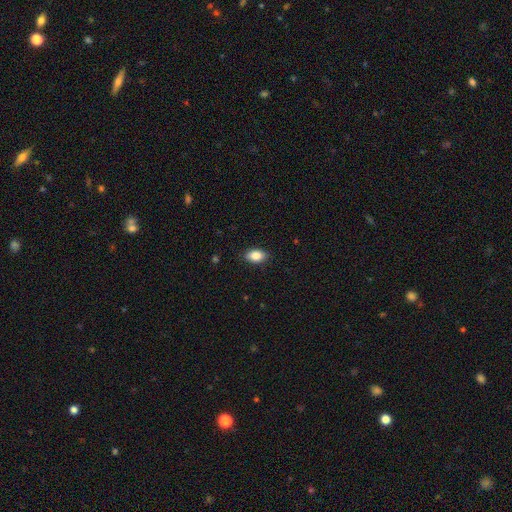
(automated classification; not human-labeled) Morphology: type=smooth (86%); roundness=in between (88%); merging=none (88%).